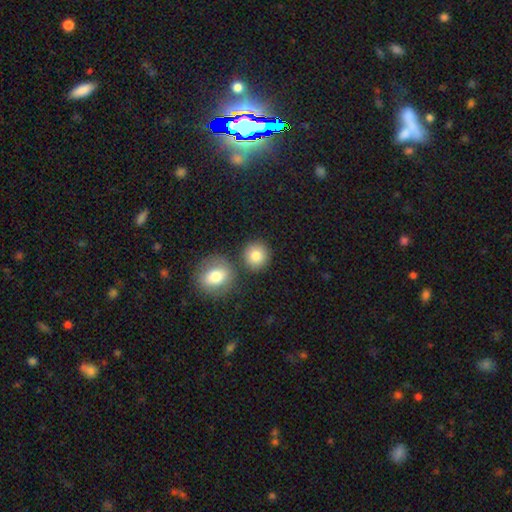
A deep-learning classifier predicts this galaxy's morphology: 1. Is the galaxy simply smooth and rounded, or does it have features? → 84% smooth, 8% star or artifact, 8% featured or disk.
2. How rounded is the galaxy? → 89% round, 10% in between, 1% cigar-shaped.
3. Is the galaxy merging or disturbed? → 74% none, 15% merger, 9% minor disturbance, 3% major disturbance.